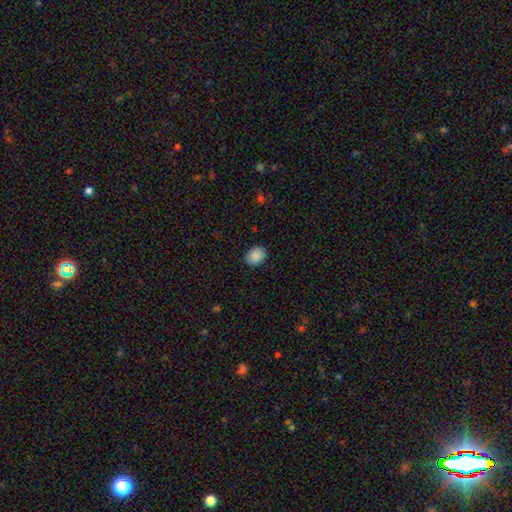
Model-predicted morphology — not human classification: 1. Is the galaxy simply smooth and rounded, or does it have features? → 89% smooth, 7% star or artifact, 4% featured or disk.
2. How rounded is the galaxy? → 67% in between, 32% round, 1% cigar-shaped.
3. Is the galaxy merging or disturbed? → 88% none, 9% minor disturbance, 2% major disturbance, 1% merger.